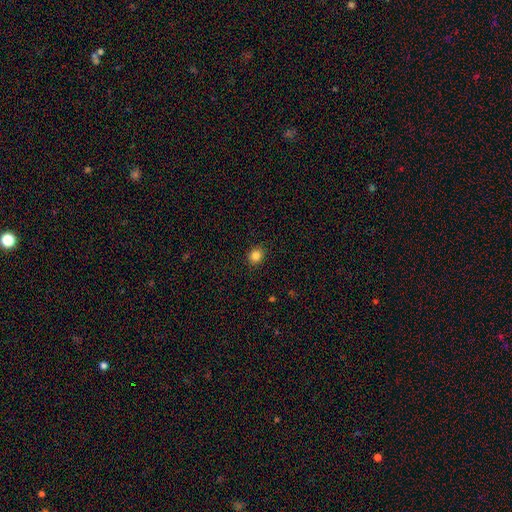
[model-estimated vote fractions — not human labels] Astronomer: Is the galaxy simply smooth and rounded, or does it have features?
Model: smooth — 84%.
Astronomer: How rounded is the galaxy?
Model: round — 82%.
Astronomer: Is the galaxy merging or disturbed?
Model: none — 91%.